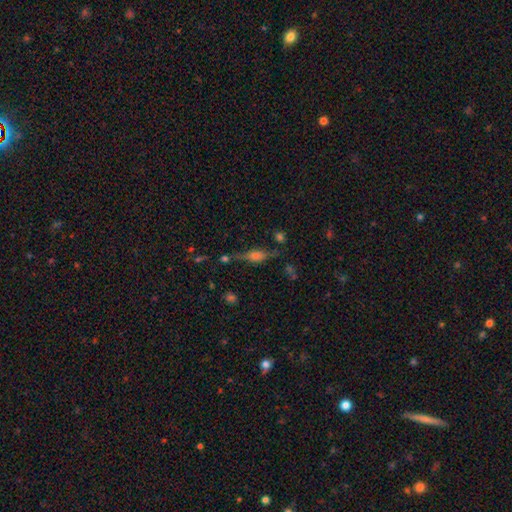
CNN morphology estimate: smooth-or-featured: featured or disk: 50% | smooth: 35% | star or artifact: 14%
  disk-edge-on: yes: 87% | no: 13%
  merging: none: 62% | minor disturbance: 20% | merger: 10% | major disturbance: 9%